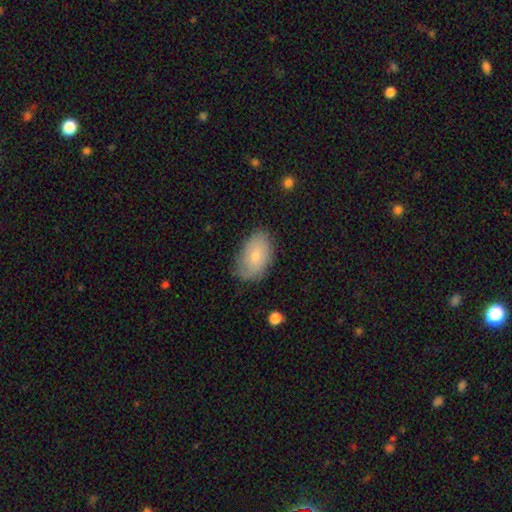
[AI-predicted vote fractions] The model was most divided on "smooth or featured": smooth: 68%, featured or disk: 25%, star or artifact: 7%. More confident: how rounded — in between (91%); merging — none (73%).